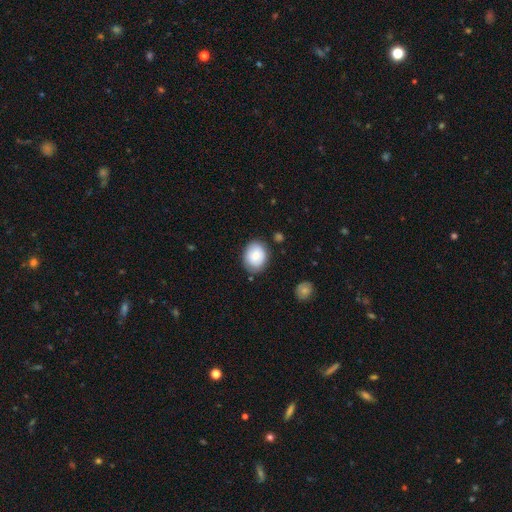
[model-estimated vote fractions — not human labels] Smooth or featured? smooth (81%)
How rounded? round (52%)
Merging? none (79%)